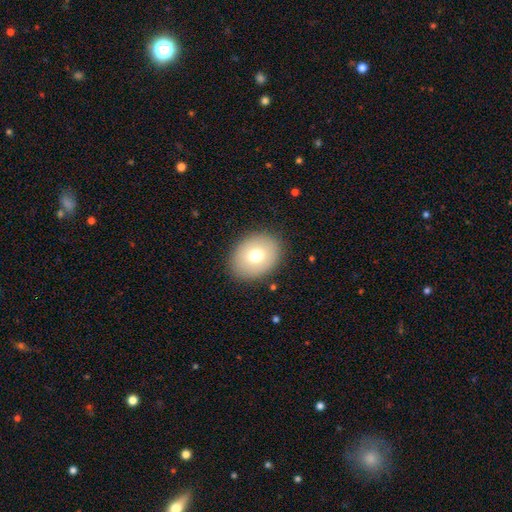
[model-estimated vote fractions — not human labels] This is likely a smooth galaxy (72%). How rounded: possibly in between (56%). Merging: clearly none (87%).